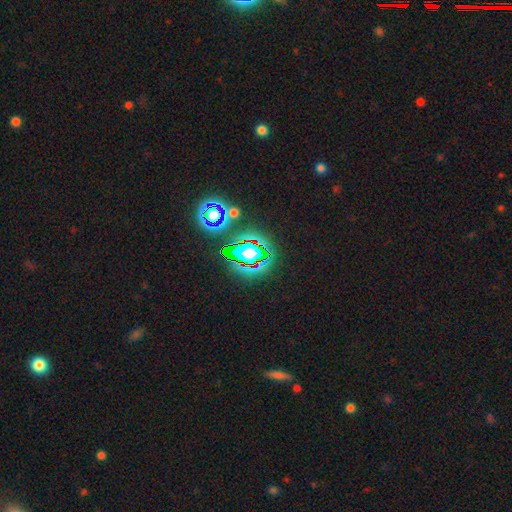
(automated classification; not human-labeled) The model was most divided on "smooth or featured": star or artifact: 79%, smooth: 12%, featured or disk: 8%.